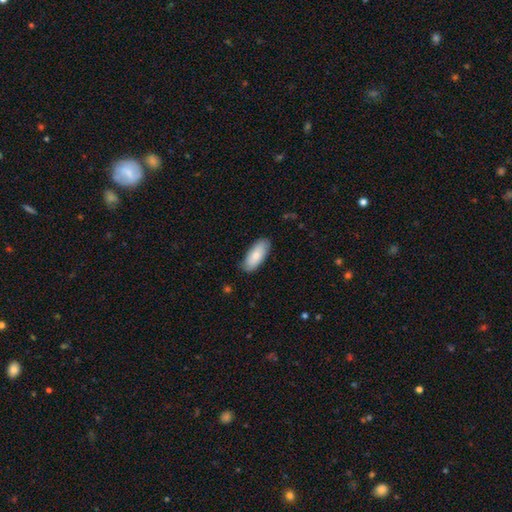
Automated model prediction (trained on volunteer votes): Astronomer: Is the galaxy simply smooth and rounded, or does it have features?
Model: smooth — 80%.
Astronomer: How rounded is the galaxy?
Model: in between — 85%.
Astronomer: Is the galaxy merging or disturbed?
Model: none — 84%.